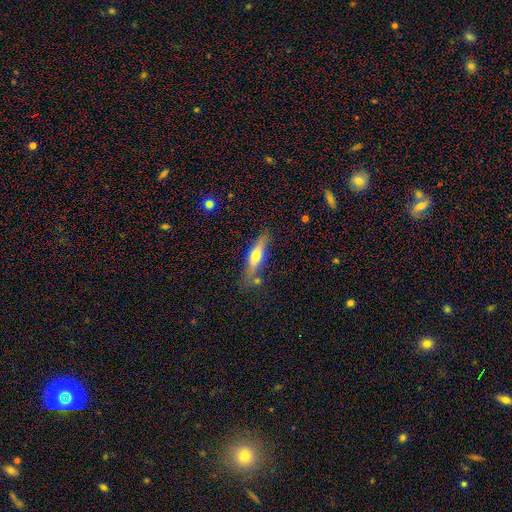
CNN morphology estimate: smooth_or_featured: smooth (p=0.52) [alt: featured or disk p=0.41]
how_rounded: cigar-shaped (p=0.60) [alt: in between p=0.37]
merging: none (p=0.69) [alt: minor disturbance p=0.18]